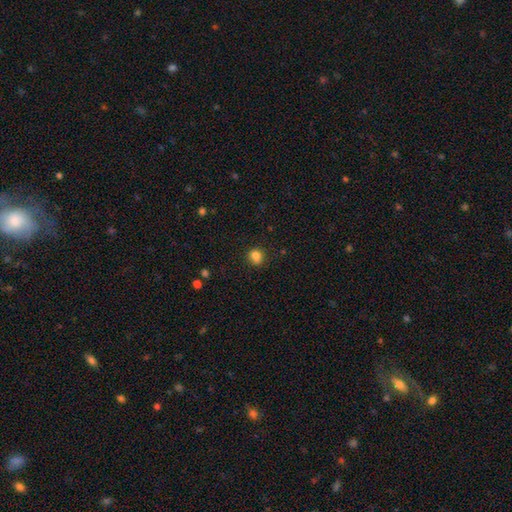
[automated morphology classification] smooth-or-featured: smooth: 82% | star or artifact: 12% | featured or disk: 6%
  how-rounded: round: 75% | in between: 24% | cigar-shaped: 1%
  merging: none: 73% | minor disturbance: 18% | major disturbance: 5% | merger: 4%